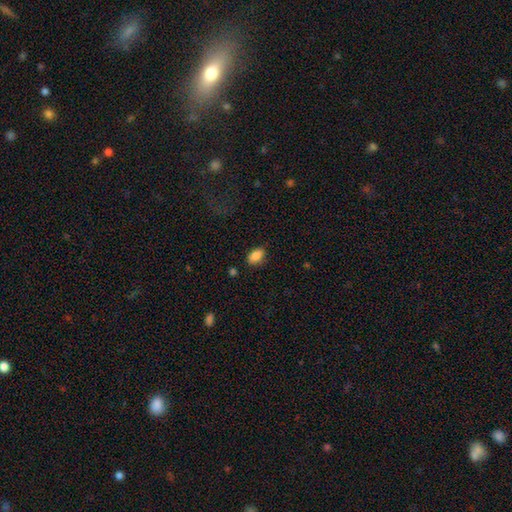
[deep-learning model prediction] smooth_or_featured: smooth (p=0.87) [alt: star or artifact p=0.08]
how_rounded: in between (p=0.89) [alt: round p=0.09]
merging: none (p=0.81) [alt: minor disturbance p=0.14]